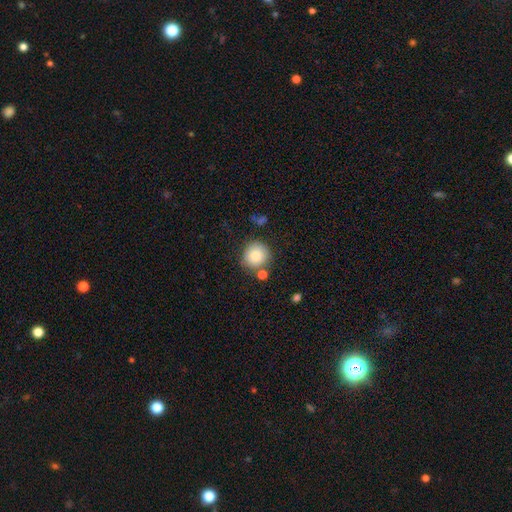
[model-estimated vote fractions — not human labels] smooth-or-featured: smooth: 83% | star or artifact: 9% | featured or disk: 8%
  how-rounded: round: 92% | in between: 7% | cigar-shaped: 1%
  merging: none: 75% | minor disturbance: 11% | merger: 10% | major disturbance: 4%